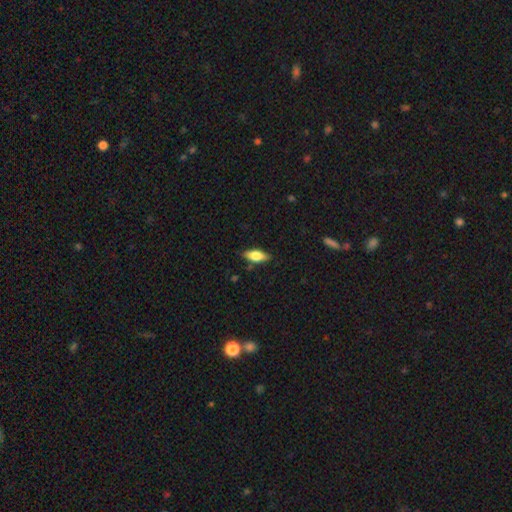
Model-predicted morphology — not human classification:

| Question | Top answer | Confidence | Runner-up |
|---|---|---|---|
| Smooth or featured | smooth | 71% | featured or disk (22%) |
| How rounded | in between | 78% | cigar-shaped (19%) |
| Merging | none | 84% | minor disturbance (12%) |